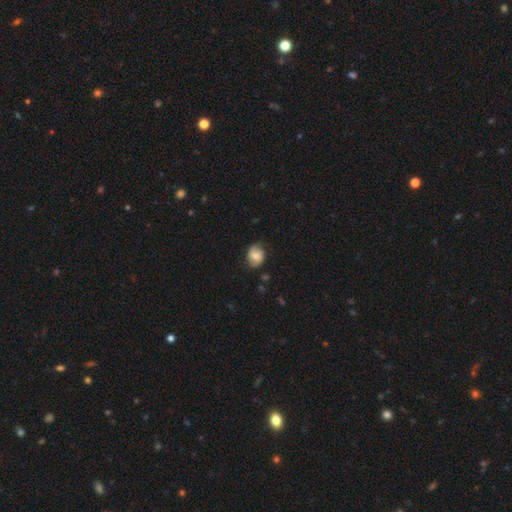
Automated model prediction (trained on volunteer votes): Smooth or featured: smooth — 58% (featured or disk — 34%)
How rounded: round — 51% (in between — 48%)
Merging: none — 72% (minor disturbance — 22%)